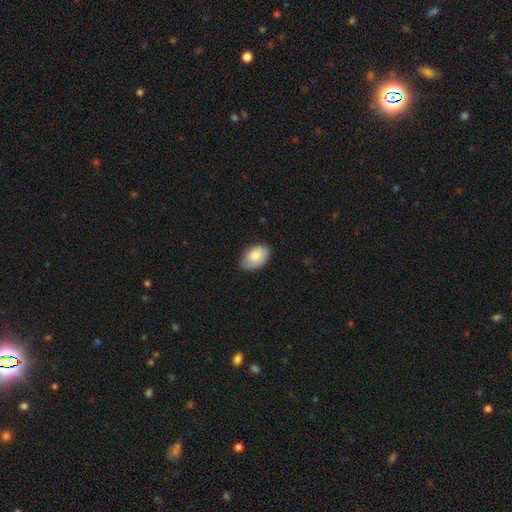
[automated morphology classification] smooth 82%, featured or disk 12%, star or artifact 6%. Down the decision tree: how rounded — in between (89%); merging — none (75%).